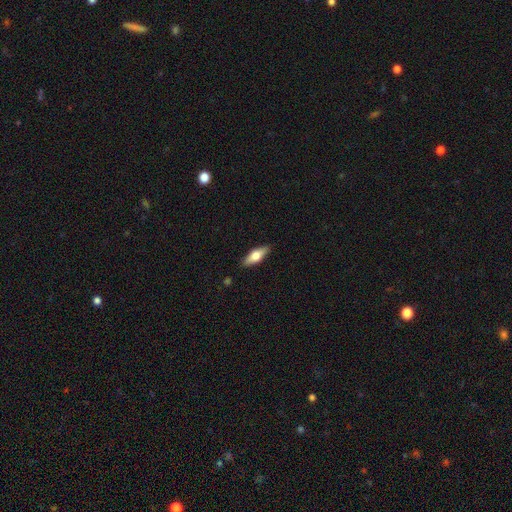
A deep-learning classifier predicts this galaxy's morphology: Smooth or featured? smooth (55%)
How rounded? in between (61%)
Merging? none (88%)